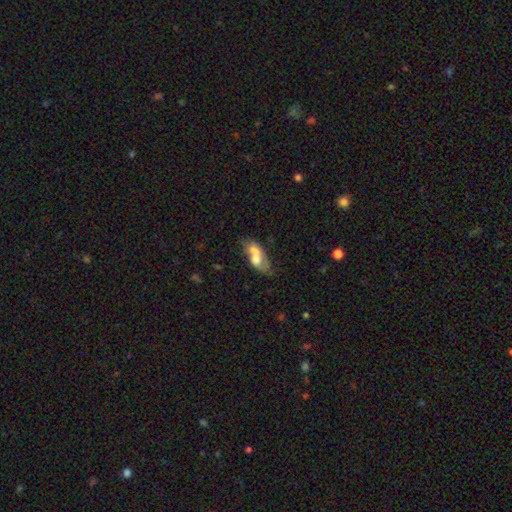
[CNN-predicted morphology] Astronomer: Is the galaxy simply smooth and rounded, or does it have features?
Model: smooth — 56% (runner-up: featured or disk, 36%).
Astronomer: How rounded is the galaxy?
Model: in between — 80%.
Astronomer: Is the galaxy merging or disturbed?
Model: merger — 59%.